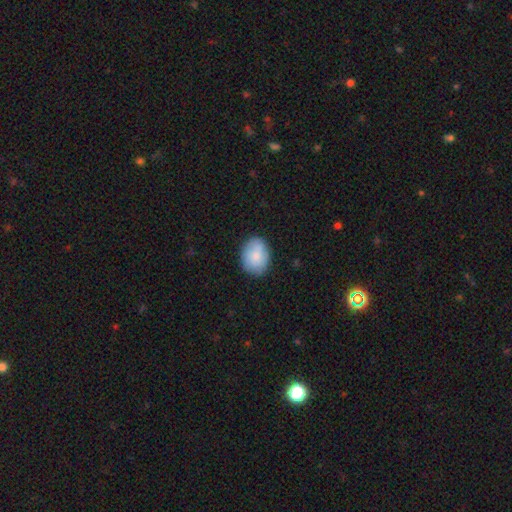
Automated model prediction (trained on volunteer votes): smooth 83%, featured or disk 11%, star or artifact 6%. Down the decision tree: how rounded — in between (63%); merging — none (81%).